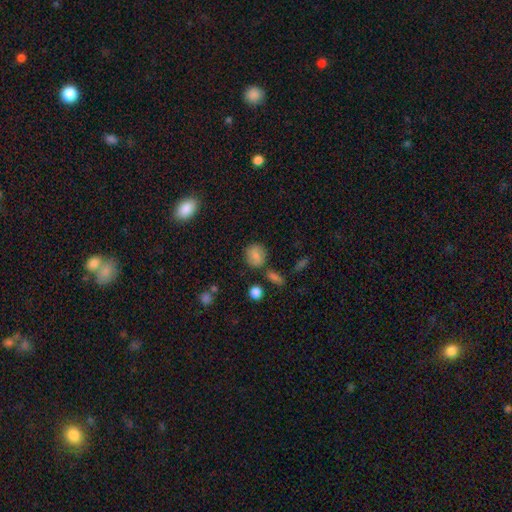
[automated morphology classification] type=smooth (80%); roundness=round (75%); merging=none (76%).